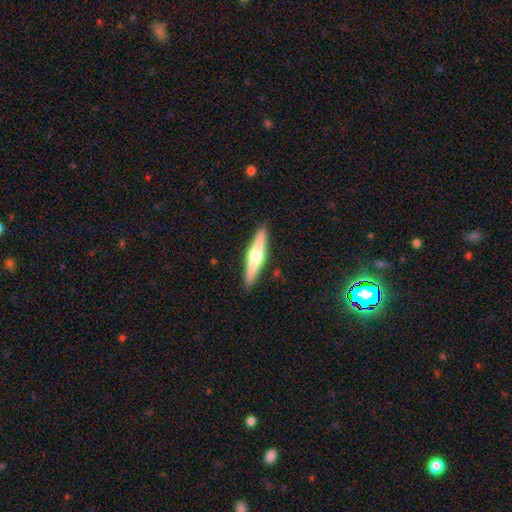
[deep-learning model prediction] Smooth or featured: featured or disk — 57% (smooth — 38%)
Edge-on disk: yes — 96% (no — 4%)
Edge-on bulge: rounded — 91% (none — 5%)
Merging: none — 91% (minor disturbance — 7%)